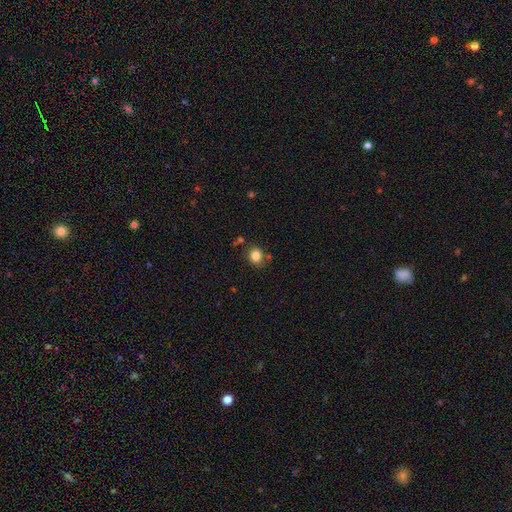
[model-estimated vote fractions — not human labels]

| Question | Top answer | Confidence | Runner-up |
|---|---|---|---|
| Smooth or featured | smooth | 83% | star or artifact (11%) |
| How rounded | round | 72% | in between (28%) |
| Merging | none | 77% | minor disturbance (13%) |